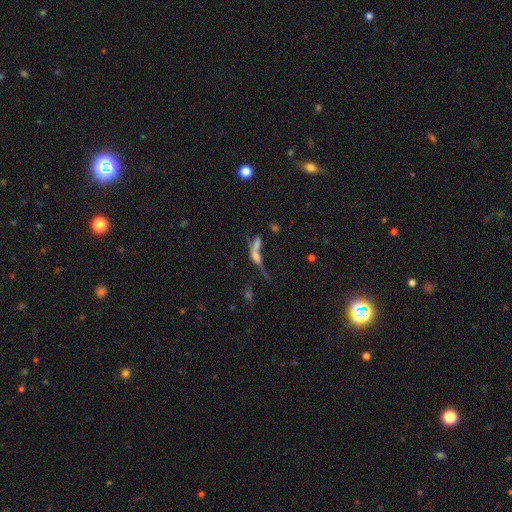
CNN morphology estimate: A featured or disk galaxy (44%).

Vote fractions:
- Smooth or featured? featured or disk: 44% / smooth: 38% / star or artifact: 18%
- Merging? merger: 51% / none: 23% / major disturbance: 17% / minor disturbance: 10%